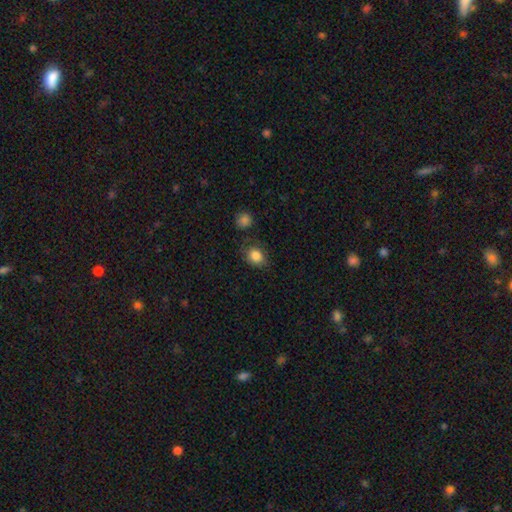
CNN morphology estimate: This is clearly a smooth galaxy (84%). How rounded: possibly round (53%). Merging: likely none (68%).